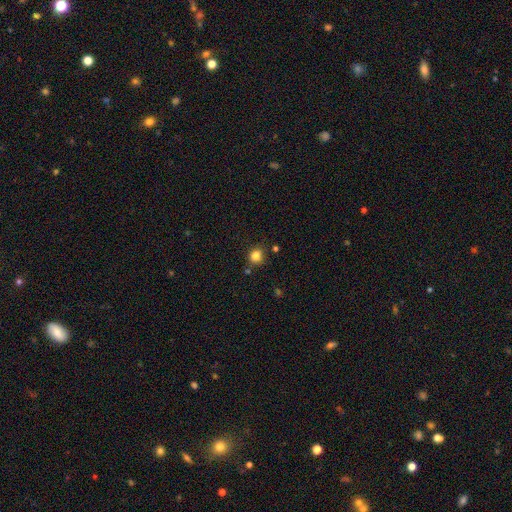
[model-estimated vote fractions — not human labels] A smooth galaxy with no disk features (82%) that is round (82%).

Vote fractions:
- Smooth or featured? smooth: 82% / star or artifact: 13% / featured or disk: 5%
- How rounded? round: 82% / in between: 17% / cigar-shaped: 1%
- Merging? none: 81% / minor disturbance: 11% / merger: 5% / major disturbance: 3%